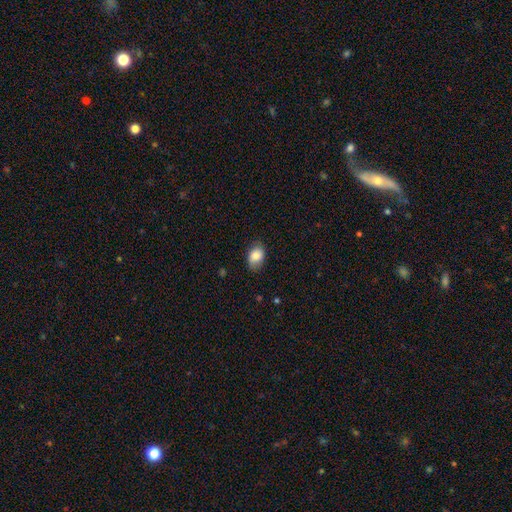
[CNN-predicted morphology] This is clearly a smooth galaxy (83%). How rounded: clearly in between (81%). Merging: likely none (79%).